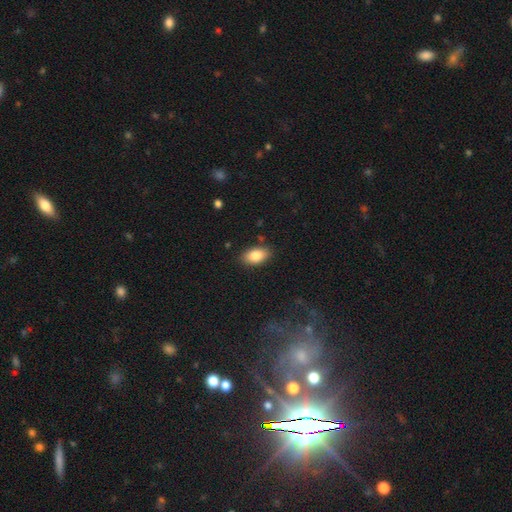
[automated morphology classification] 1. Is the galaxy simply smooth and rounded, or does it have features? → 83% smooth, 9% featured or disk, 8% star or artifact.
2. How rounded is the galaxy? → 91% in between, 6% round, 2% cigar-shaped.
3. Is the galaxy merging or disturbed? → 85% none, 11% minor disturbance, 2% major disturbance, 2% merger.